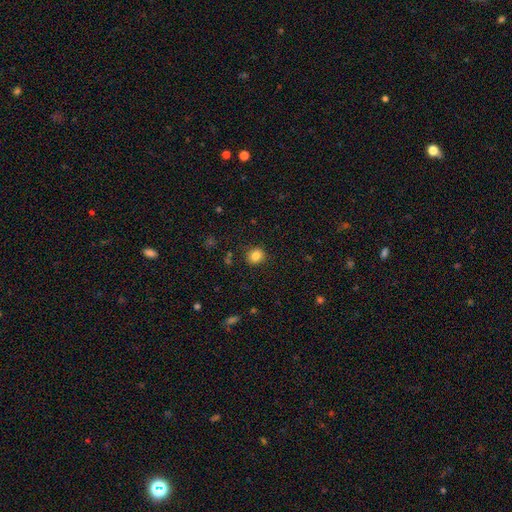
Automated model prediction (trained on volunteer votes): Smooth or featured? Predicted: smooth (p=0.84). How rounded? Predicted: round (p=0.78). Merging? Predicted: none (p=0.88).